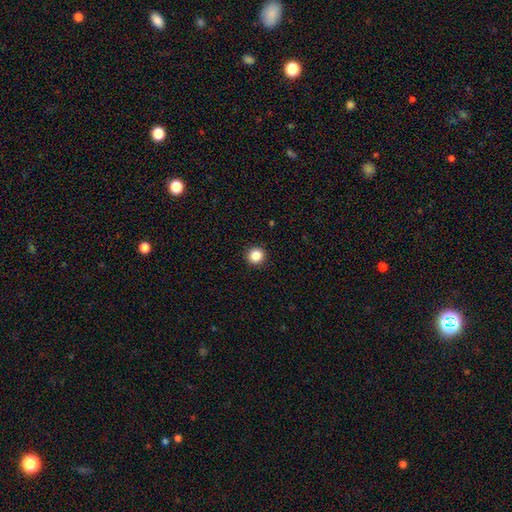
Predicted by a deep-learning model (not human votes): smooth-or-featured: smooth: 85% | star or artifact: 11% | featured or disk: 4%
  how-rounded: round: 95% | in between: 4% | cigar-shaped: 1%
  merging: none: 93% | minor disturbance: 4% | major disturbance: 2% | merger: 1%